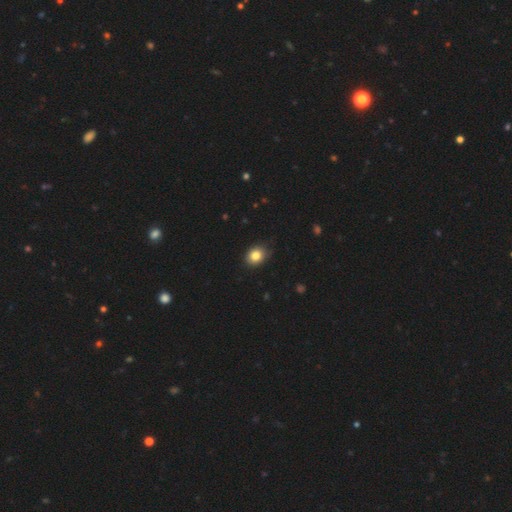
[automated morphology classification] This appears to be a smooth galaxy with no disk features (83%) that is round (51%). Merging: none (81%).